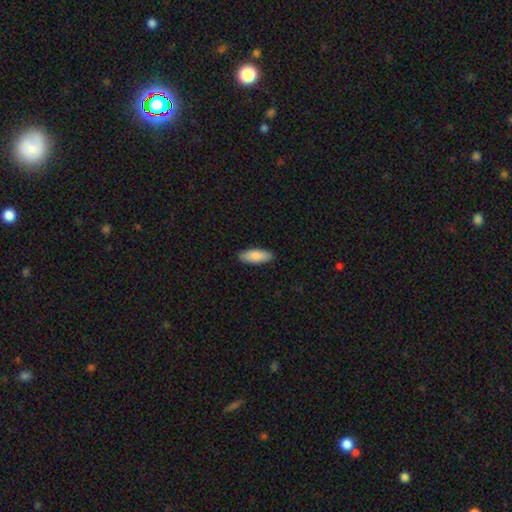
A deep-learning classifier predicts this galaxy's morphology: Smooth or featured? smooth (87%)
How rounded? in between (75%)
Merging? none (89%)